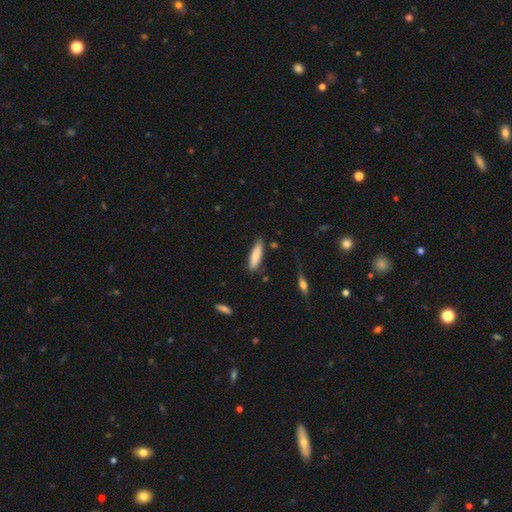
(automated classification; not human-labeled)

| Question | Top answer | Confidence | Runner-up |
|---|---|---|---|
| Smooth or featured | smooth | 81% | featured or disk (13%) |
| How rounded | cigar-shaped | 67% | in between (32%) |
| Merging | none | 78% | minor disturbance (16%) |